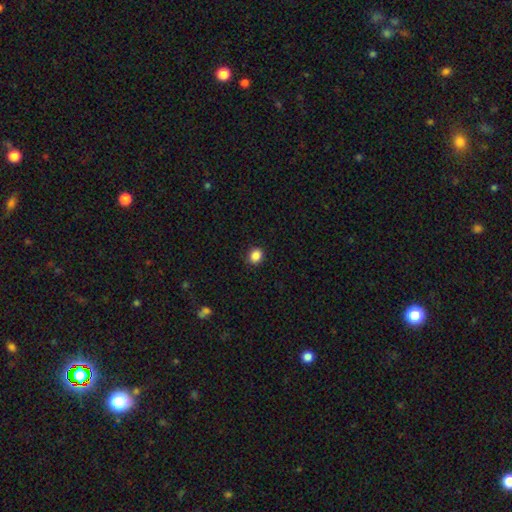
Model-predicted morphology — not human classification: Smooth or featured? Predicted: smooth (p=0.87). How rounded? Predicted: round (p=0.70). Merging? Predicted: none (p=0.90).